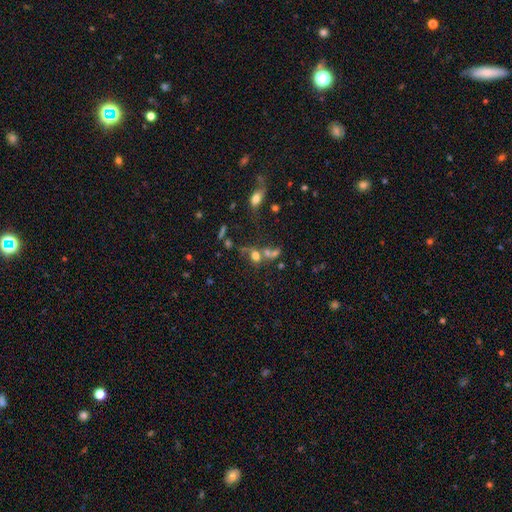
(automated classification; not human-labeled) Overall: smooth (59%; featured or disk 22%). How rounded: round (61%; in between 36%). Merging: merger (49%; none 28%).